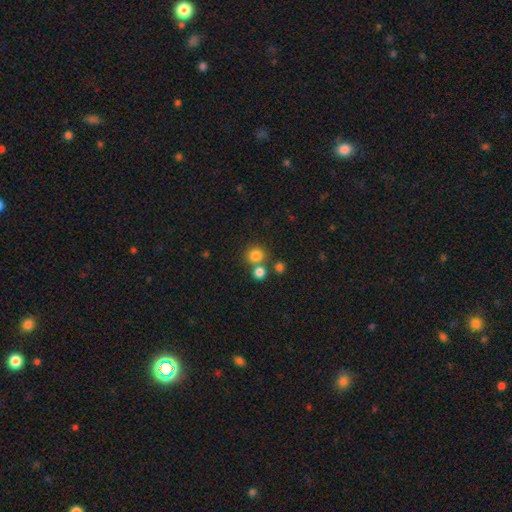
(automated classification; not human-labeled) Morphology: type=smooth (80%); roundness=round (90%); merging=none (67%).